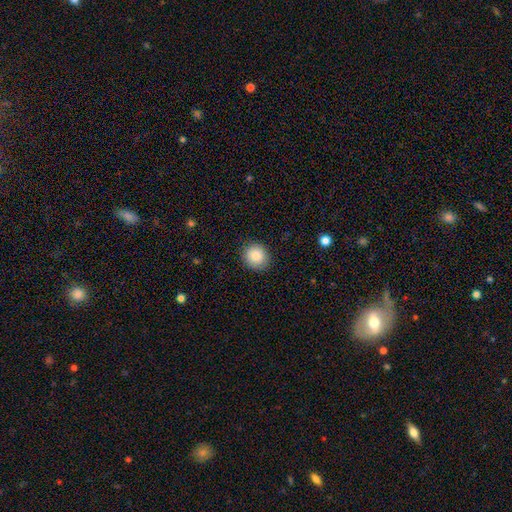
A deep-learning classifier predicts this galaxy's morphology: type=smooth (86%); roundness=round (82%); merging=none (88%).